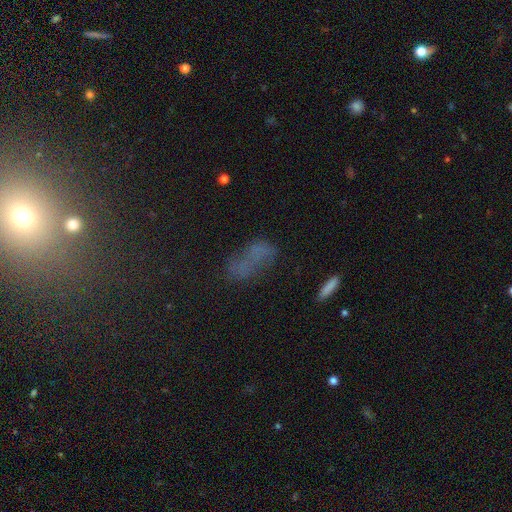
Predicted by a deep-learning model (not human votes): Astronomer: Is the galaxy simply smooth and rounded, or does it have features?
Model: smooth — 49% (runner-up: star or artifact, 26%).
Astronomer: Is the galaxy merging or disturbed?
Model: none — 49%.